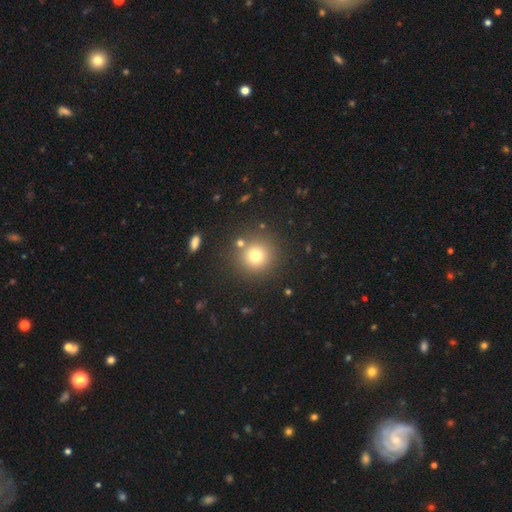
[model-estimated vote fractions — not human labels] The model was most divided on "smooth or featured": smooth: 75%, star or artifact: 15%, featured or disk: 10%. More confident: how rounded — round (94%); merging — none (83%).